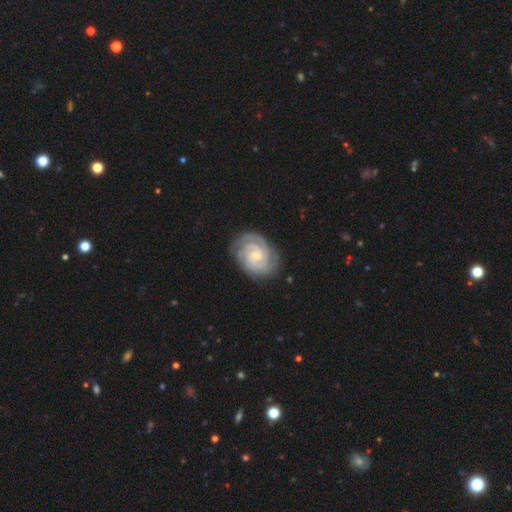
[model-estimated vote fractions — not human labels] smooth-or-featured: featured or disk: 89% | smooth: 6% | star or artifact: 5%
  disk-edge-on: no: 98% | yes: 2%
    bar: no: 58% | weak: 34% | strong: 8%
    has-spiral-arms: yes: 98% | no: 2%
      spiral-winding: tight: 80% | medium: 17% | loose: 2%
      spiral-arm-count: 2: 55% | 3: 20% | can't tell: 12% | 4: 6% | more than 4: 4% | 1: 4%
    bulge-size: small: 69% | moderate: 22% | none: 7% | large: 1% | dominant: 1%
  merging: none: 82% | minor disturbance: 13% | major disturbance: 4% | merger: 1%